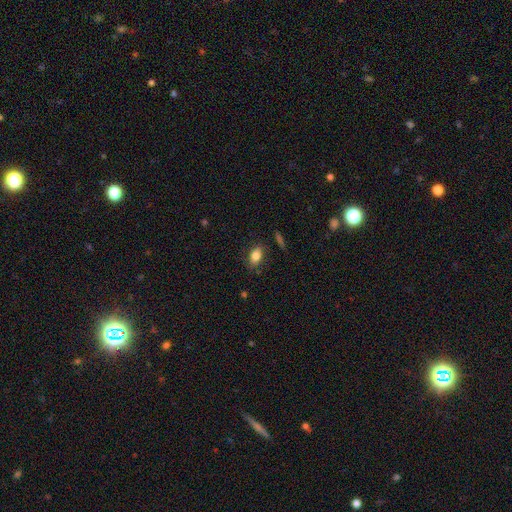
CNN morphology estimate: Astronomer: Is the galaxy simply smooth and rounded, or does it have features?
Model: smooth — 82%.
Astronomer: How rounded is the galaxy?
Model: in between — 86%.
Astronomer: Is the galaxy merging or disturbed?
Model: none — 83%.